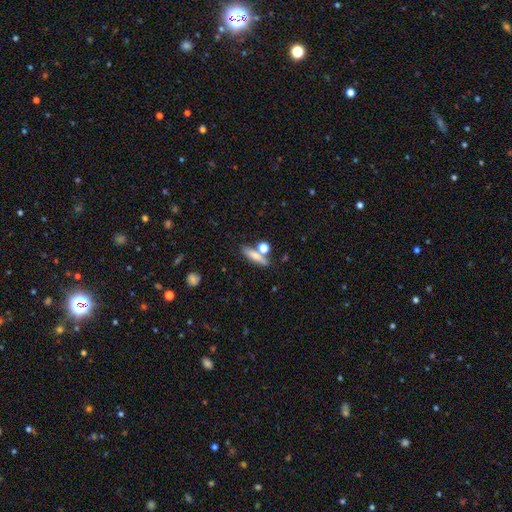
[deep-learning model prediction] Smooth or featured: smooth — 71% (featured or disk — 19%)
How rounded: cigar-shaped — 61% (in between — 29%)
Merging: none — 66% (merger — 19%)